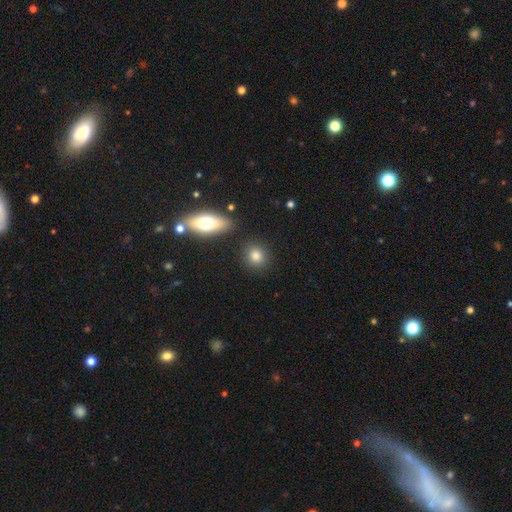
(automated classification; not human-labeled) Smooth or featured? Predicted: smooth (p=0.82). How rounded? Predicted: round (p=0.77). Merging? Predicted: none (p=0.85).